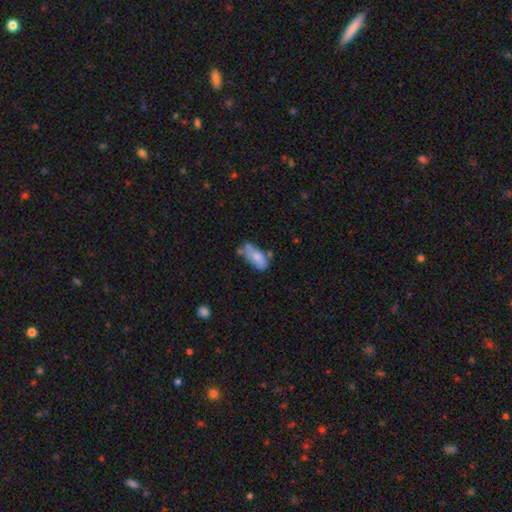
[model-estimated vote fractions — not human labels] This appears to be a smooth galaxy with no disk features (70%) that is in between round and cigar-shaped (86%). Merging: none (45%).